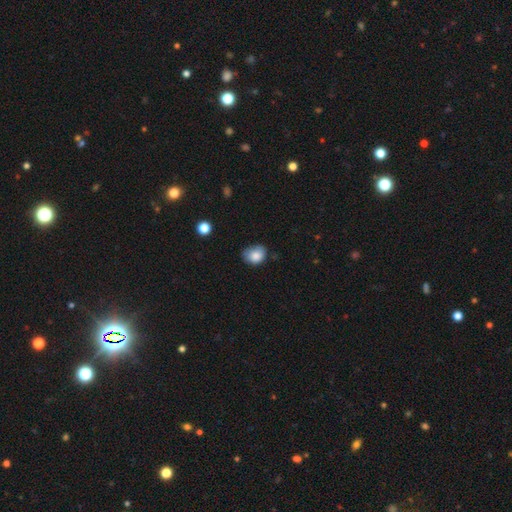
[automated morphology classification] type=smooth (83%); roundness=in between (51%); merging=none (53%).